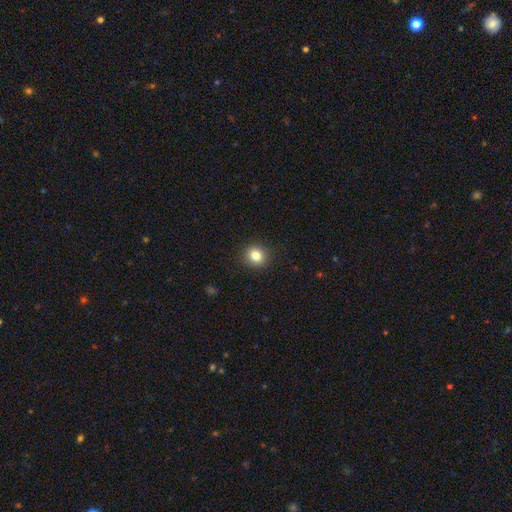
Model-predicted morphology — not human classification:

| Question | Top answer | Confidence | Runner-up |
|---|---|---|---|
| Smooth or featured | smooth | 83% | star or artifact (11%) |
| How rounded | round | 83% | in between (16%) |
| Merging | none | 91% | minor disturbance (6%) |